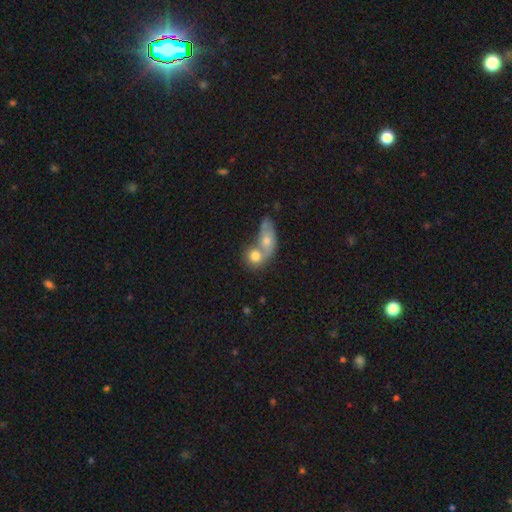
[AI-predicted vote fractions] This appears to be a smooth galaxy with no disk features (72%) that is round (61%). Merging: merger (67%).